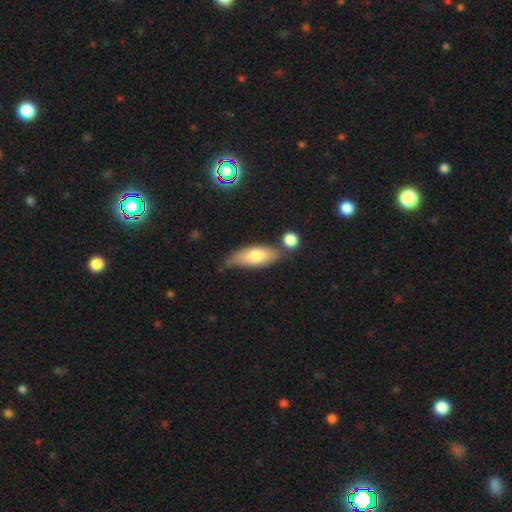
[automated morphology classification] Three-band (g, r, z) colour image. It shows a smooth galaxy with no disk features (71%) that is in between round and cigar-shaped (66%). Merging: none (62%).